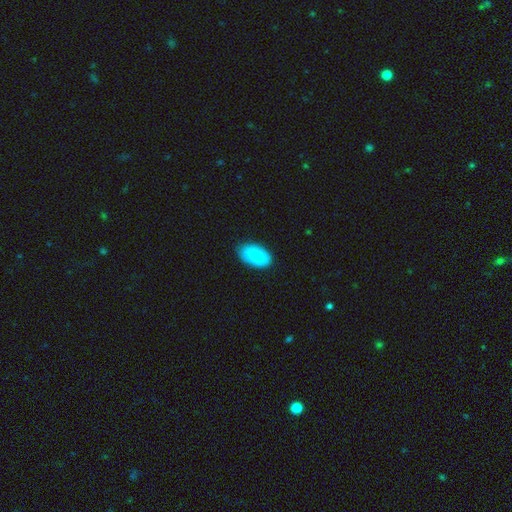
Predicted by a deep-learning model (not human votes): smooth-or-featured: smooth: 86% | featured or disk: 8% | star or artifact: 6%
  how-rounded: in between: 95% | round: 4% | cigar-shaped: 2%
  merging: none: 83% | minor disturbance: 14% | major disturbance: 3% | merger: 1%